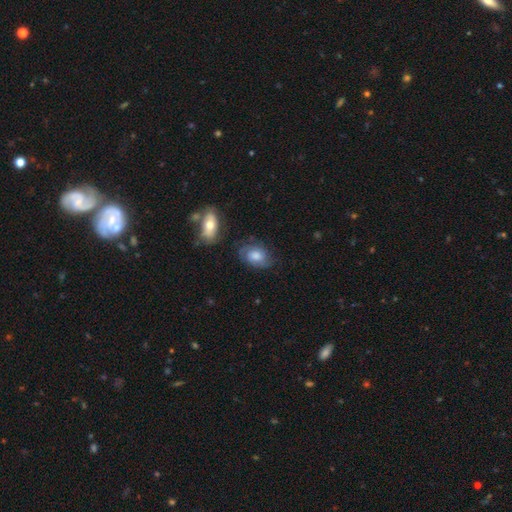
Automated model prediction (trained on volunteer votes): smooth-or-featured: featured or disk: 53% | smooth: 38% | star or artifact: 8%
  disk-edge-on: no: 96% | yes: 4%
    bar: no: 71% | weak: 25% | strong: 4%
    has-spiral-arms: yes: 84% | no: 16%
    bulge-size: moderate: 42% | large: 36% | small: 12% | none: 6% | dominant: 4%
  merging: none: 66% | minor disturbance: 22% | major disturbance: 9% | merger: 3%